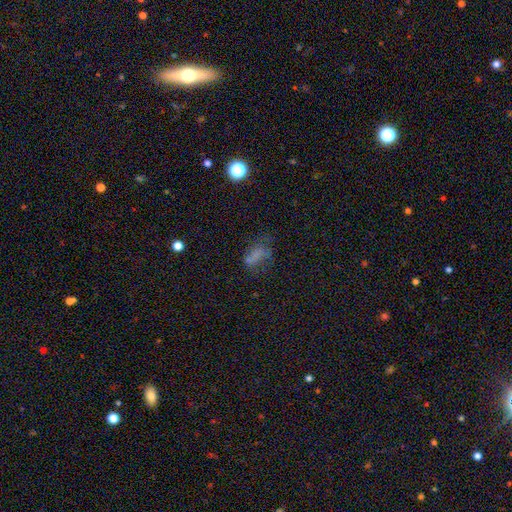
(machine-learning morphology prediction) Q: Smooth or featured?
A: smooth (54%); runner-up: featured or disk (24%)
Q: How rounded?
A: in between (79%); runner-up: round (14%)
Q: Merging?
A: none (39%); runner-up: major disturbance (26%)